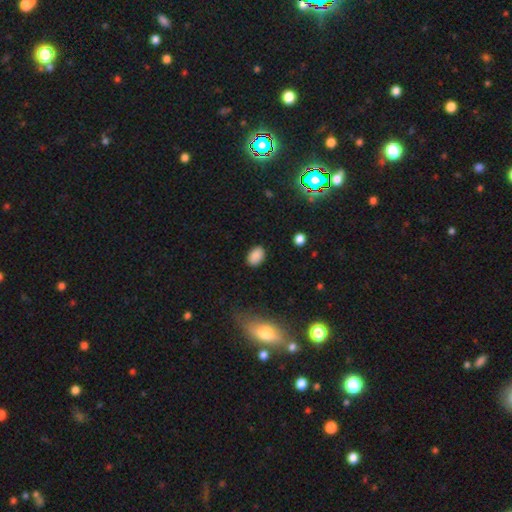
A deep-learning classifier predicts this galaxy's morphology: smooth-or-featured: smooth: 86% | star or artifact: 9% | featured or disk: 4%
  how-rounded: in between: 84% | round: 15% | cigar-shaped: 1%
  merging: none: 84% | minor disturbance: 12% | major disturbance: 3% | merger: 1%